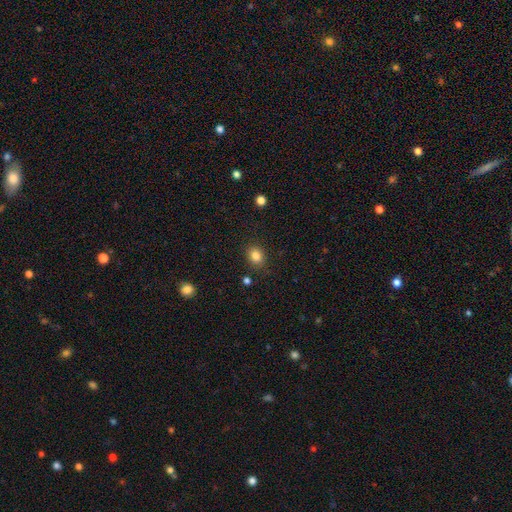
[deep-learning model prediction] Smooth or featured: smooth — 84% (star or artifact — 11%)
How rounded: round — 55% (in between — 44%)
Merging: none — 83% (minor disturbance — 11%)